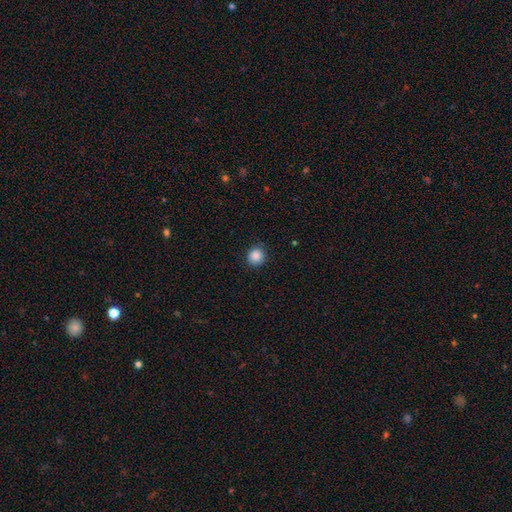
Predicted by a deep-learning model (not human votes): smooth-or-featured: smooth: 86% | star or artifact: 10% | featured or disk: 4%
  how-rounded: round: 92% | in between: 7% | cigar-shaped: 1%
  merging: none: 89% | minor disturbance: 8% | major disturbance: 2% | merger: 1%